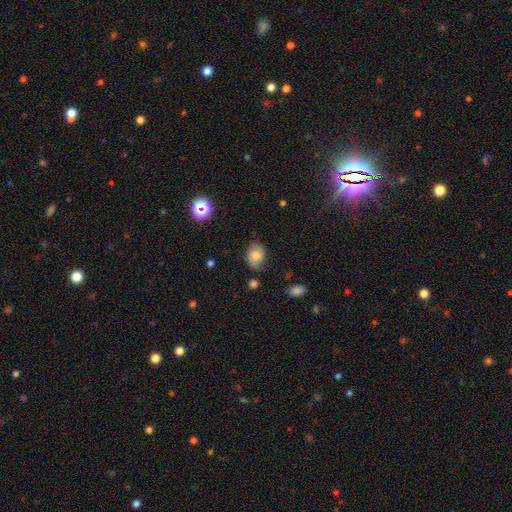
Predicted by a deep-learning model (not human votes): Smooth or featured? Predicted: smooth (p=0.71). How rounded? Predicted: in between (p=0.69). Merging? Predicted: none (p=0.72).